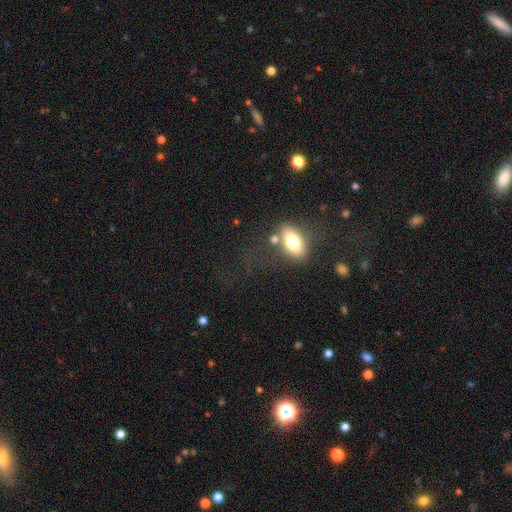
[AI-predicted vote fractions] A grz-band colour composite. It shows a smooth galaxy with no disk features (49%). Merging: none (48%).